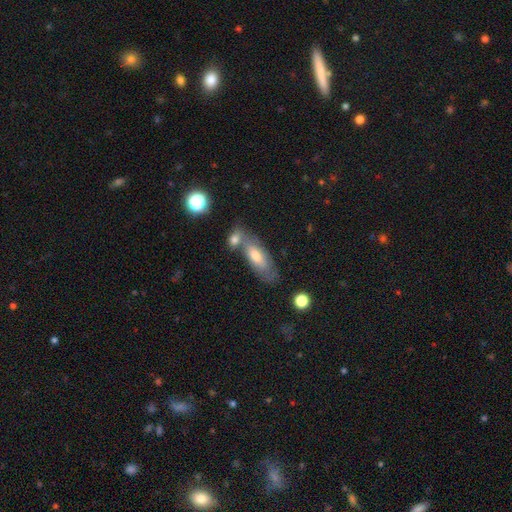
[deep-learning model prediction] Morphology: type=smooth (63%); roundness=in between (69%); merging=none (49%).